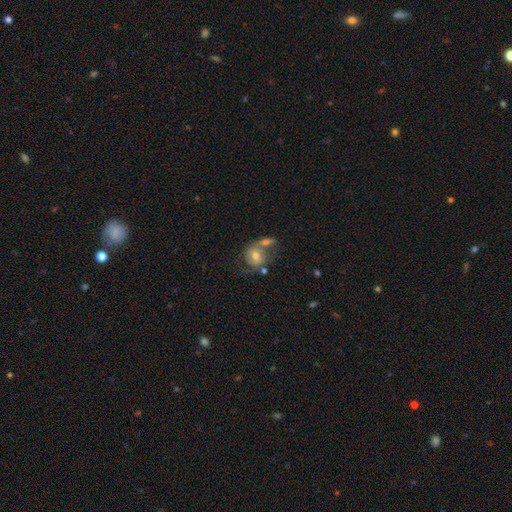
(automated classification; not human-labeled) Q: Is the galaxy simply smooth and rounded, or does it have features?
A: featured or disk — 60%.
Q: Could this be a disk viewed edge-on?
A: no — 97%.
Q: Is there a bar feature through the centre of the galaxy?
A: no — 71%.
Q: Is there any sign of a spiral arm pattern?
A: yes — 74%.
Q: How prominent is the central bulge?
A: moderate — 65%.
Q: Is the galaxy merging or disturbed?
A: none — 38%.